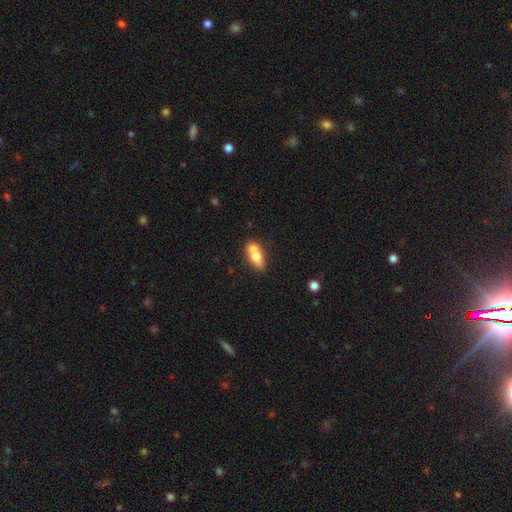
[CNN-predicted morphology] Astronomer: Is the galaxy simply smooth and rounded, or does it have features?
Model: smooth — 66%.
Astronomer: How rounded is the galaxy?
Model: in between — 77%.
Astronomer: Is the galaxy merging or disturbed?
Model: none — 43% (runner-up: merger, 36%).